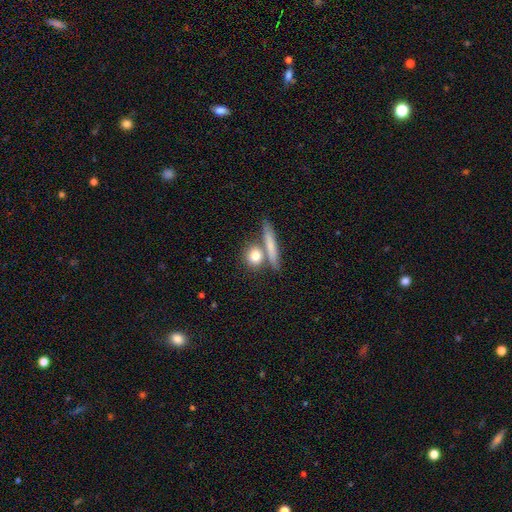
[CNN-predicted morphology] Overall: smooth (77%). How rounded: round (59%; cigar-shaped 23%). Merging: none (63%).